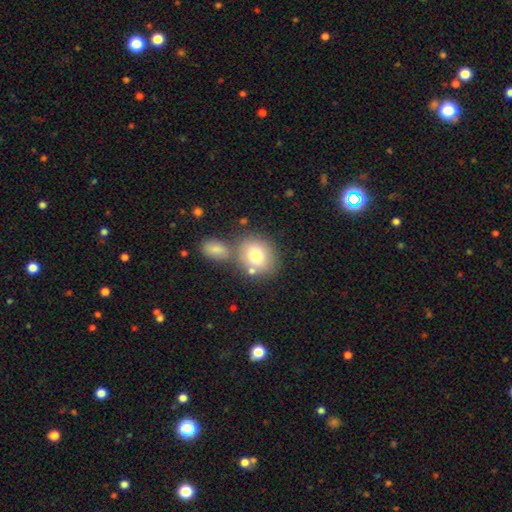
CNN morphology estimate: A smooth galaxy with no disk features (76%) that is round (71%).

Vote fractions:
- Smooth or featured? smooth: 76% / featured or disk: 15% / star or artifact: 9%
- How rounded? round: 71% / in between: 28% / cigar-shaped: 1%
- Merging? none: 59% / merger: 24% / minor disturbance: 12% / major disturbance: 4%